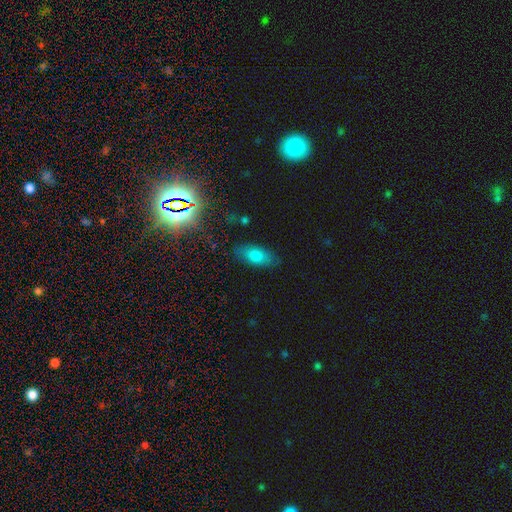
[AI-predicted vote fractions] This is likely a smooth galaxy (77%). How rounded: clearly in between (86%). Merging: clearly none (81%).